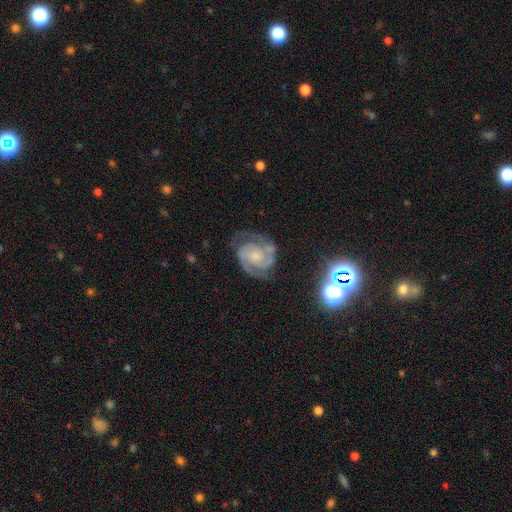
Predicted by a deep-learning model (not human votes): This is clearly a featured or disk galaxy (88%). It is clearly not viewed edge-on (98%). Bar: likely no (65%). Spiral arm pattern: clearly yes (98%). Spiral arm count: clearly 2 (85%). Spiral winding: possibly tight (57%). Central bulge: possibly small (55%). Merging: likely none (72%).